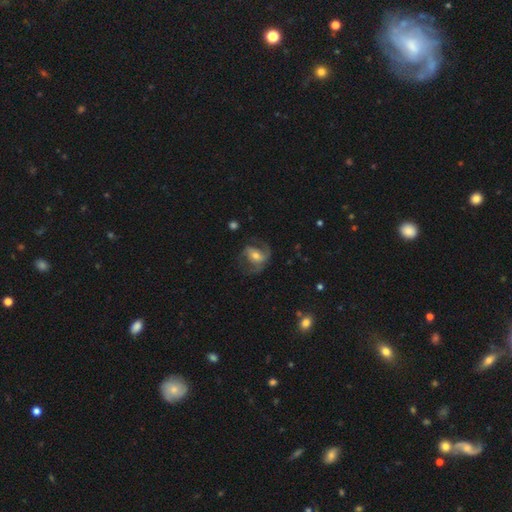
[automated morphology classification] Smooth or featured: featured or disk — 66% (smooth — 27%)
Edge-on disk: no — 96% (yes — 4%)
Bar: no — 41% (weak — 35%)
Spiral arms: yes — 81% (no — 19%)
Spiral winding: medium — 46% (loose — 34%)
Spiral arm count: 2 — 67% (1 — 14%)
Bulge size: moderate — 55% (small — 37%)
Merging: none — 52% (major disturbance — 25%)